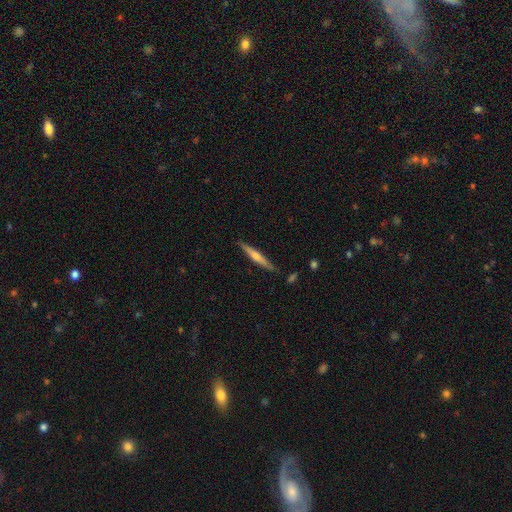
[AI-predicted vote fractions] Smooth or featured?
  - featured or disk: 62% *
  - smooth: 32%
  - star or artifact: 6%
Edge-on disk?
  - yes: 97% *
  - no: 3%
Edge-on bulge?
  - rounded: 74% *
  - none: 18%
  - boxy: 8%
Merging?
  - none: 89% *
  - minor disturbance: 8%
  - merger: 2%
  - major disturbance: 2%